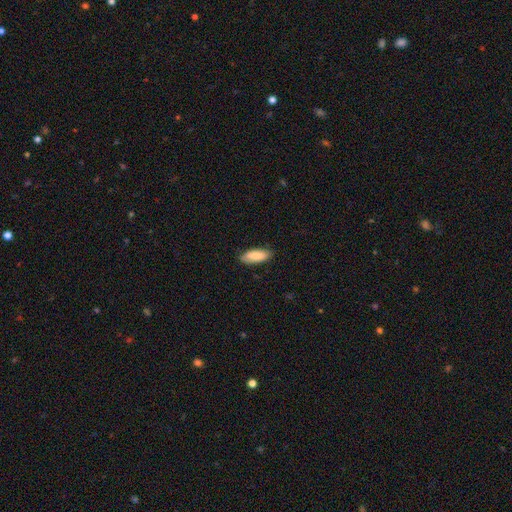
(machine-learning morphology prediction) A smooth galaxy with no disk features (87%) that is in between round and cigar-shaped (72%). Merging: none (83%).